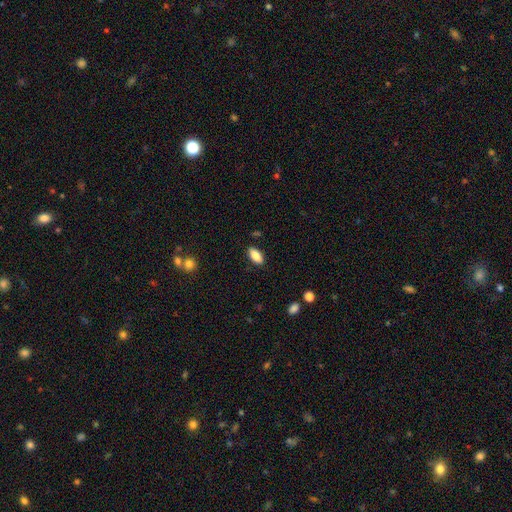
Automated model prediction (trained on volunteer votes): A smooth galaxy with no disk features (87%) that is in between round and cigar-shaped (87%).

Vote fractions:
- Smooth or featured? smooth: 87% / star or artifact: 7% / featured or disk: 6%
- How rounded? in between: 87% / cigar-shaped: 10% / round: 2%
- Merging? none: 87% / minor disturbance: 9% / major disturbance: 2% / merger: 1%